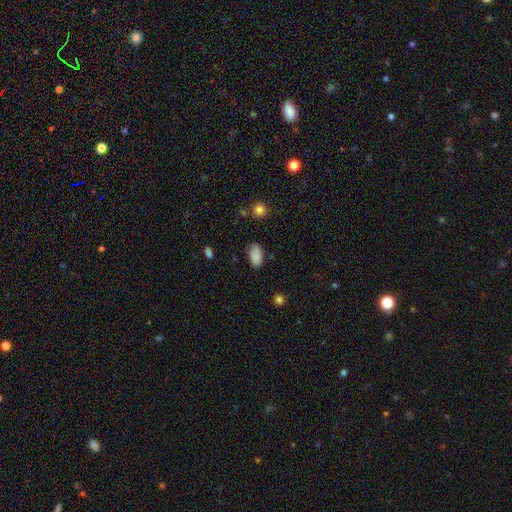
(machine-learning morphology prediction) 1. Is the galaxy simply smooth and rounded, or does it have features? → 87% smooth, 8% star or artifact, 5% featured or disk.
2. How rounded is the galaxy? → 94% in between, 4% round, 3% cigar-shaped.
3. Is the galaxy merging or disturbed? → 78% none, 17% minor disturbance, 3% major disturbance, 2% merger.